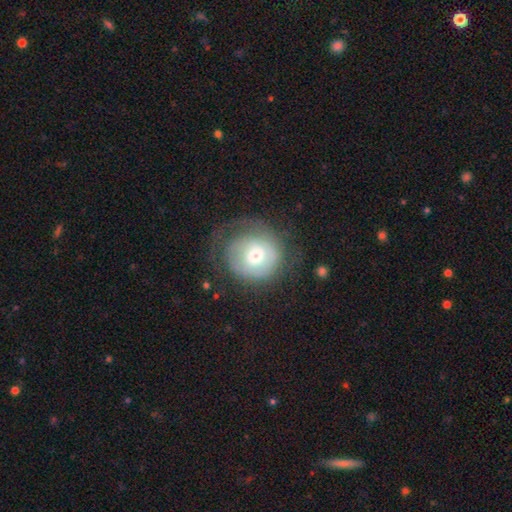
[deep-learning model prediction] Smooth or featured? smooth (48%)
Merging? none (56%)